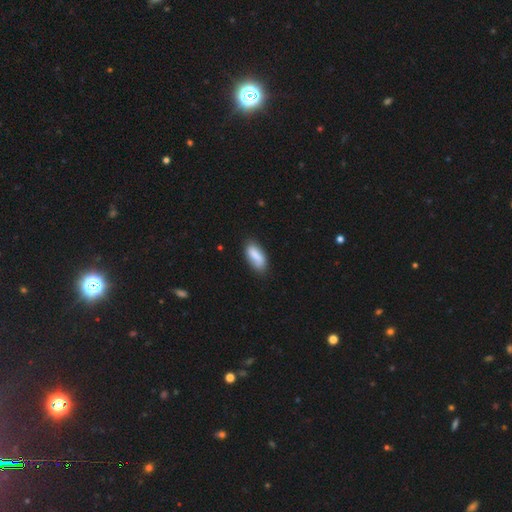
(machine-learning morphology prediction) Q: Smooth or featured?
A: smooth (80%); runner-up: featured or disk (13%)
Q: How rounded?
A: in between (84%); runner-up: cigar-shaped (13%)
Q: Merging?
A: none (74%); runner-up: minor disturbance (20%)